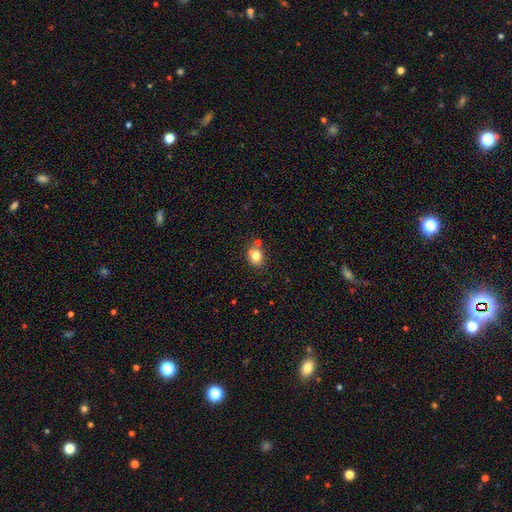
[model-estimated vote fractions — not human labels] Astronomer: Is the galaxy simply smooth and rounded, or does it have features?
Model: smooth — 77%.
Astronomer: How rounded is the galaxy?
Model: round — 61% (runner-up: in between, 38%).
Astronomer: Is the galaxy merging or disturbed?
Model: none — 64%.